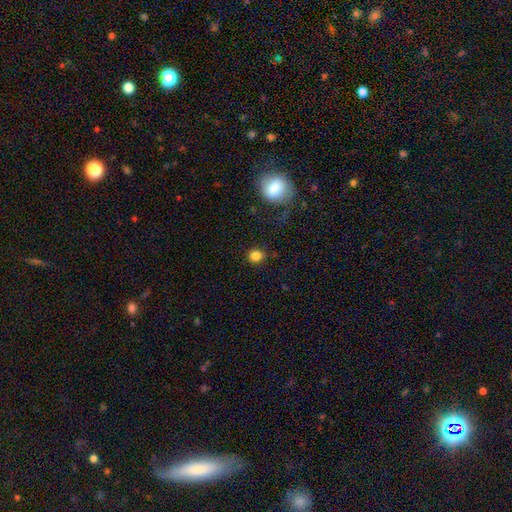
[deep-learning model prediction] Smooth or featured?
  - smooth: 83% *
  - star or artifact: 12%
  - featured or disk: 5%
How rounded?
  - round: 78% *
  - in between: 21%
  - cigar-shaped: 1%
Merging?
  - none: 86% *
  - minor disturbance: 8%
  - major disturbance: 3%
  - merger: 2%